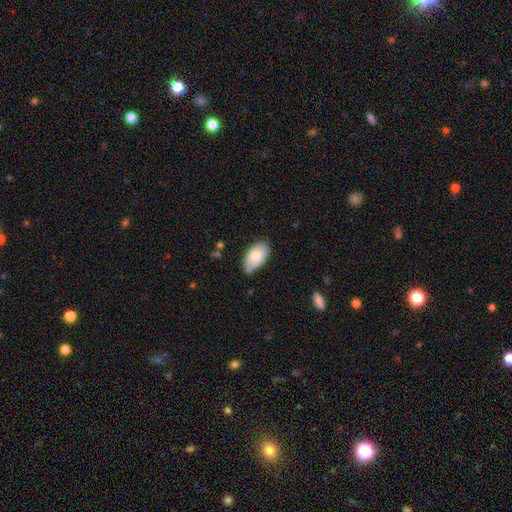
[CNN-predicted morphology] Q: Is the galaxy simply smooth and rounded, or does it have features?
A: smooth — 72%.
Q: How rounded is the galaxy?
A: in between — 94%.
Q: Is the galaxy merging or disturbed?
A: none — 61%.